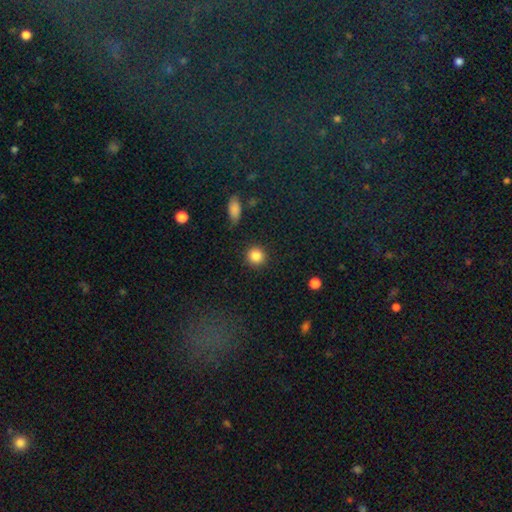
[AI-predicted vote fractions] A smooth galaxy with no disk features (86%) that is round (91%).

Vote fractions:
- Smooth or featured? smooth: 86% / star or artifact: 10% / featured or disk: 4%
- How rounded? round: 91% / in between: 8% / cigar-shaped: 1%
- Merging? none: 89% / minor disturbance: 7% / major disturbance: 2% / merger: 2%